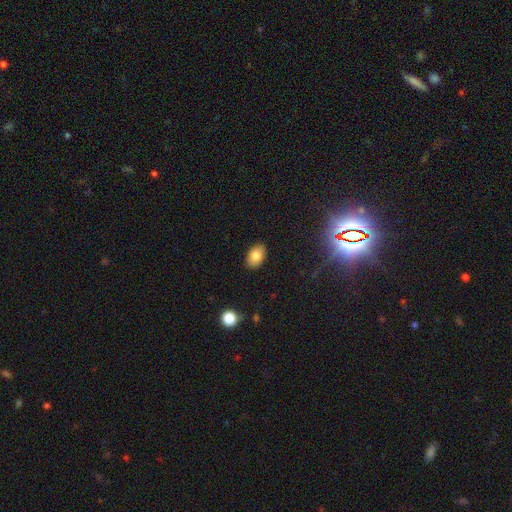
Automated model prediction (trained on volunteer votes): Smooth or featured? smooth (81%)
How rounded? in between (90%)
Merging? none (87%)